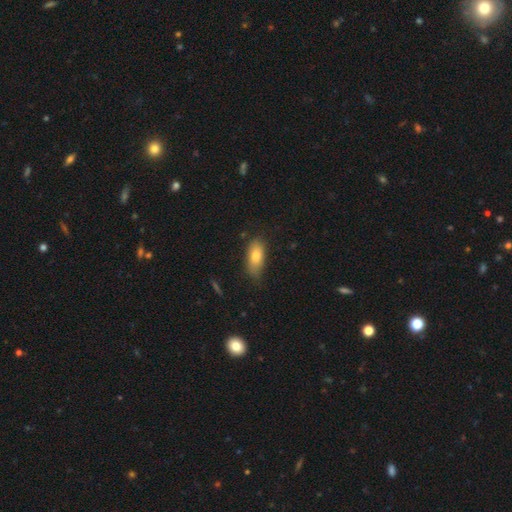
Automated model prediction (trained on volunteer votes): Smooth or featured: smooth — 80% (featured or disk — 13%)
How rounded: in between — 82% (cigar-shaped — 15%)
Merging: none — 68% (minor disturbance — 25%)